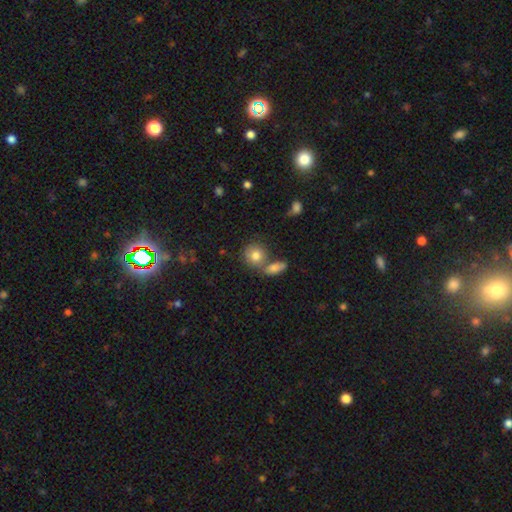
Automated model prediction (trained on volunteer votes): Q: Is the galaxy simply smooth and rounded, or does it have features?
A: smooth — 79%.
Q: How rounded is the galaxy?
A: round — 76%.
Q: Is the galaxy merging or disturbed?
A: none — 50%.